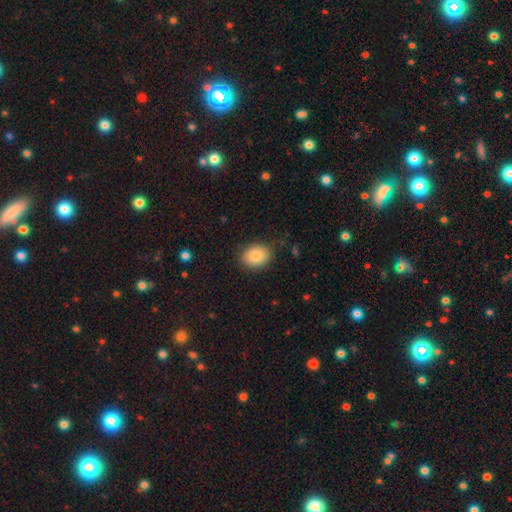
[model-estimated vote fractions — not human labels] Morphology: type=smooth (85%); roundness=in between (56%); merging=none (85%).